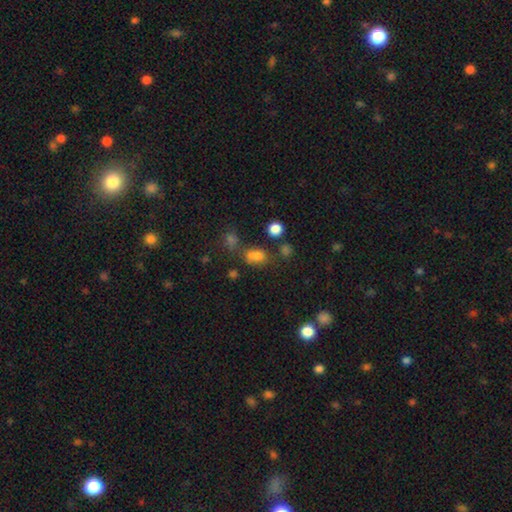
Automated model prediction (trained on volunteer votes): Q: Smooth or featured?
A: smooth (68%); runner-up: star or artifact (23%)
Q: How rounded?
A: in between (61%); runner-up: round (36%)
Q: Merging?
A: none (49%); runner-up: merger (27%)